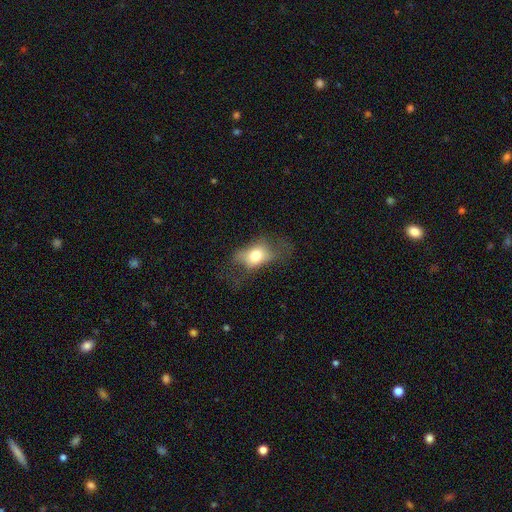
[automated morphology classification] smooth-or-featured: smooth: 67% | featured or disk: 23% | star or artifact: 10%
  how-rounded: in between: 76% | round: 20% | cigar-shaped: 3%
  merging: none: 37% | major disturbance: 36% | minor disturbance: 24% | merger: 2%